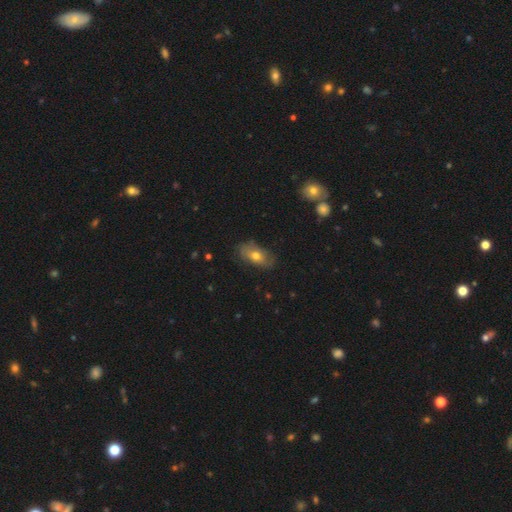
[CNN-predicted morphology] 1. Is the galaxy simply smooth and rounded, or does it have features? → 59% smooth, 32% featured or disk, 9% star or artifact.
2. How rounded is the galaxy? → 86% in between, 8% round, 6% cigar-shaped.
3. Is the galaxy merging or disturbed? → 71% none, 21% minor disturbance, 6% major disturbance, 2% merger.